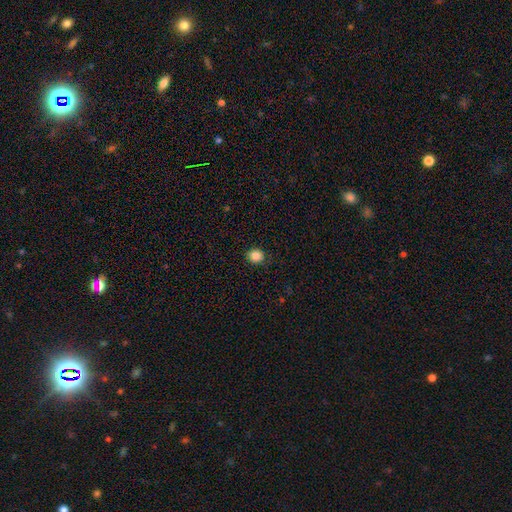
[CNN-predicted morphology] Smooth or featured? Predicted: smooth (p=0.85). How rounded? Predicted: round (p=0.81). Merging? Predicted: none (p=0.88).